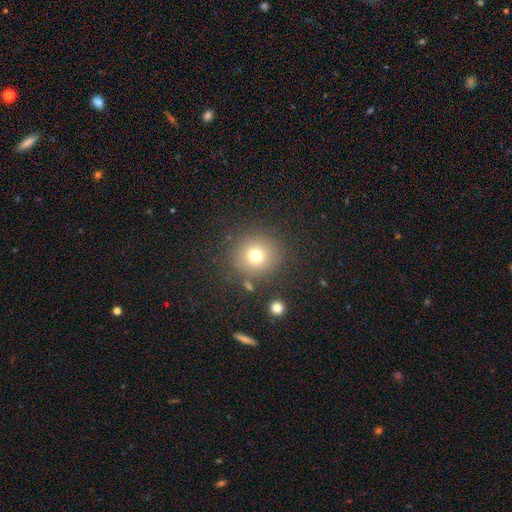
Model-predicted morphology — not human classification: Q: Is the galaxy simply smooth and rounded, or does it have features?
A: smooth — 73%.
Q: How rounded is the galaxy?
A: round — 91%.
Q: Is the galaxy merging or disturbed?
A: none — 84%.